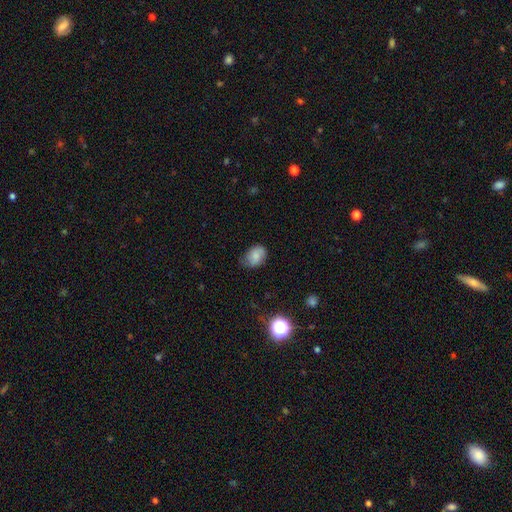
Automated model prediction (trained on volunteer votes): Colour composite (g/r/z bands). It shows a smooth galaxy with no disk features (74%) that is in between round and cigar-shaped (77%). Merging: none (65%).